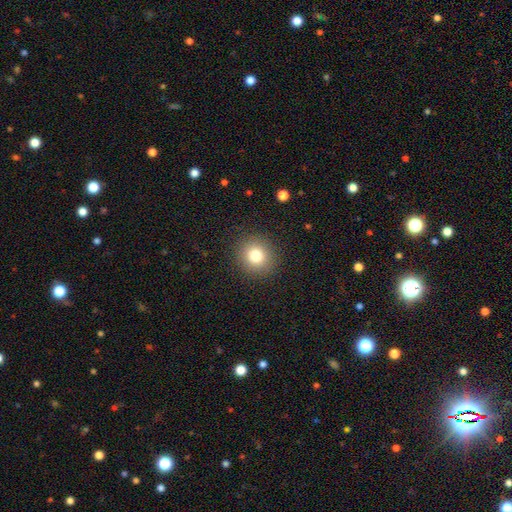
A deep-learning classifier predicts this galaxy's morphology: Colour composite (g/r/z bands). It shows a smooth galaxy with no disk features (80%) that is round (90%). Merging: none (90%).